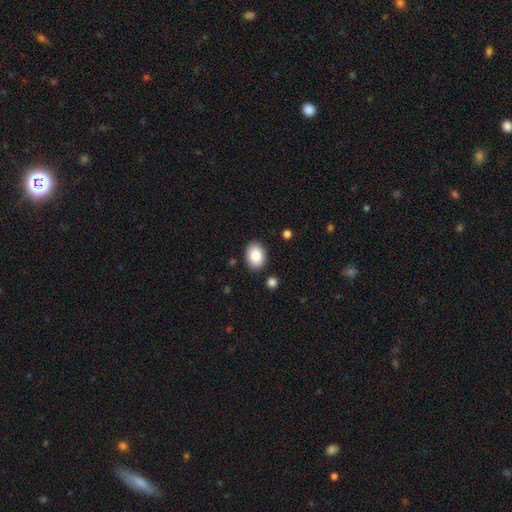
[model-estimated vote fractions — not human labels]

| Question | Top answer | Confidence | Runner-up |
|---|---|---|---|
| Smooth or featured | smooth | 88% | star or artifact (7%) |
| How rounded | in between | 74% | round (25%) |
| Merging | none | 87% | minor disturbance (9%) |